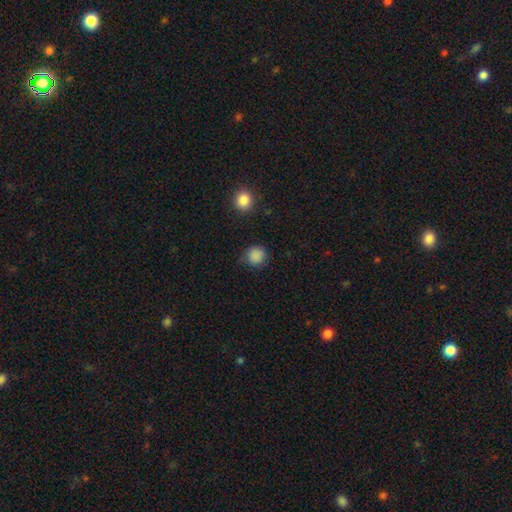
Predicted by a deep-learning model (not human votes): smooth-or-featured: smooth: 87% | star or artifact: 10% | featured or disk: 3%
  how-rounded: round: 90% | in between: 9% | cigar-shaped: 1%
  merging: none: 80% | minor disturbance: 14% | major disturbance: 4% | merger: 2%